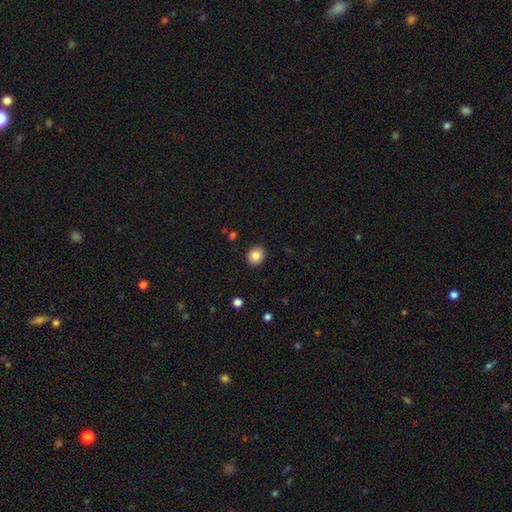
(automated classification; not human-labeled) The model was most divided on "how rounded": round: 83%, in between: 16%, cigar-shaped: 1%. More confident: merging — none (91%); smooth or featured — smooth (86%).